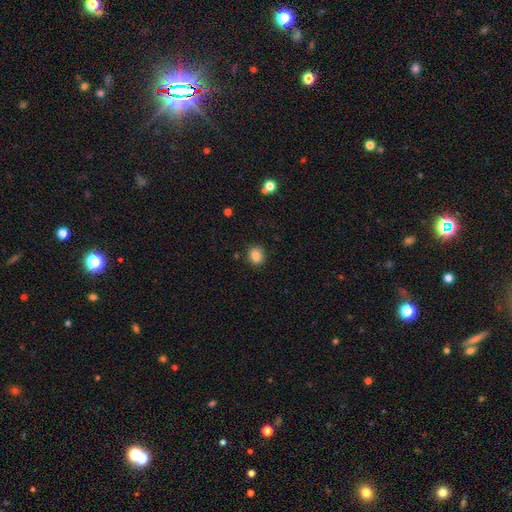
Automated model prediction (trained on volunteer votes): Smooth or featured: smooth — 84% (star or artifact — 10%)
How rounded: round — 81% (in between — 18%)
Merging: none — 88% (minor disturbance — 8%)